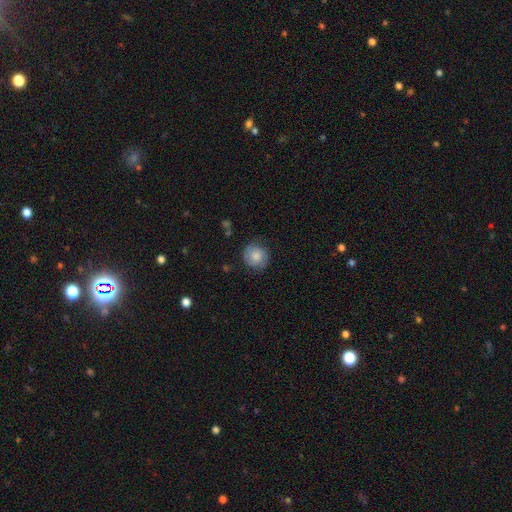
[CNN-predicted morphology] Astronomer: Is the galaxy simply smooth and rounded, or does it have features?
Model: smooth — 67%.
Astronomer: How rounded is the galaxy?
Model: round — 87%.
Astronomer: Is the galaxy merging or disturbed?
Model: none — 77%.